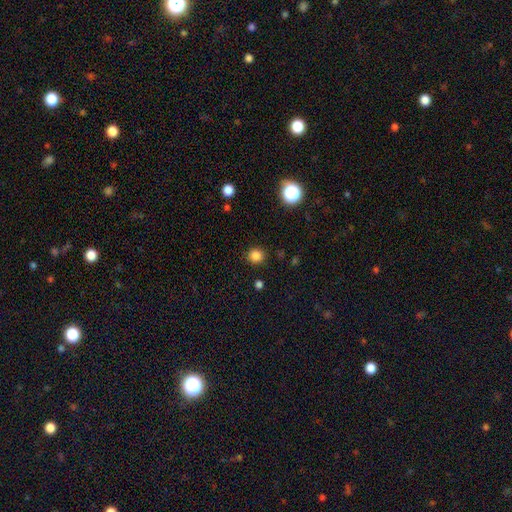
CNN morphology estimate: Smooth or featured?
  - smooth: 83% *
  - star or artifact: 13%
  - featured or disk: 4%
How rounded?
  - round: 89% *
  - in between: 10%
  - cigar-shaped: 1%
Merging?
  - none: 90% *
  - minor disturbance: 6%
  - major disturbance: 2%
  - merger: 1%